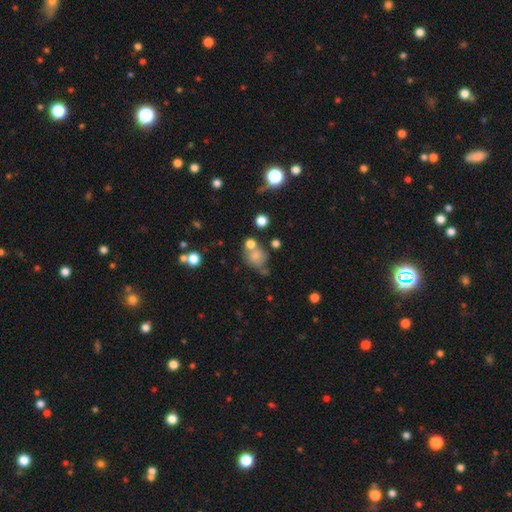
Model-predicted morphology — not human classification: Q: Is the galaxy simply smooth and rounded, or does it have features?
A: smooth — 71%.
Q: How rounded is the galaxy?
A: round — 69%.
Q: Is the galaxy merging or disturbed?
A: none — 49%.